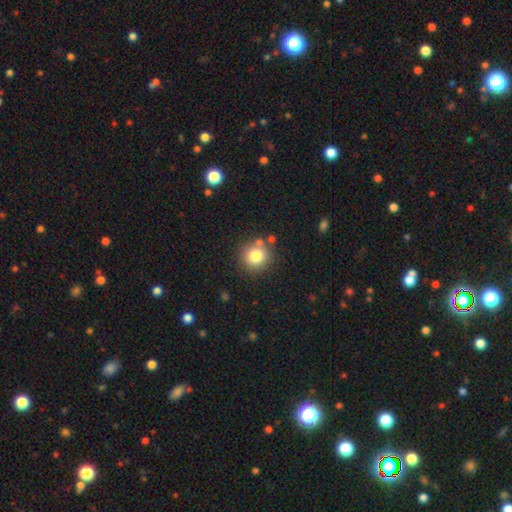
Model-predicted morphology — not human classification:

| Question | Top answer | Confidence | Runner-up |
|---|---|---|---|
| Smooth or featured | smooth | 79% | star or artifact (12%) |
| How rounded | round | 91% | in between (8%) |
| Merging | none | 79% | minor disturbance (9%) |